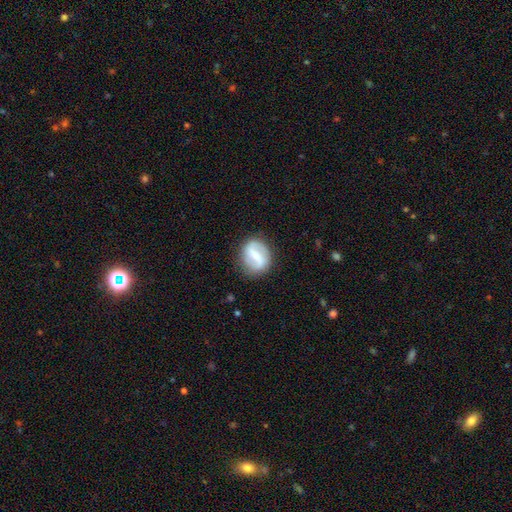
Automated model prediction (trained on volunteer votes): Smooth or featured? Predicted: featured or disk (p=0.65). Edge-on disk? Predicted: no (p=0.95). Bar? Predicted: strong (p=0.62). Spiral arms? Predicted: yes (p=0.68). Bulge size? Predicted: small (p=0.49). Merging? Predicted: none (p=0.81).